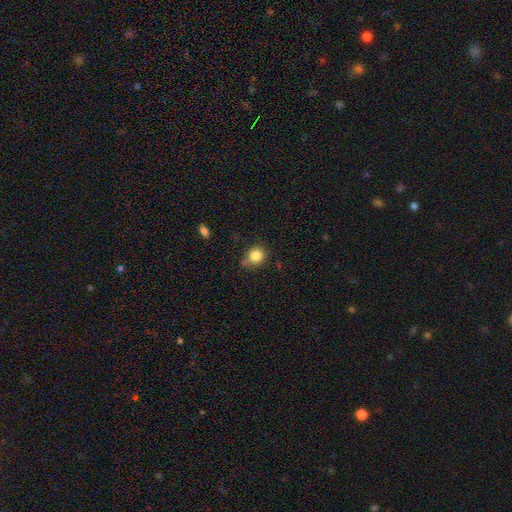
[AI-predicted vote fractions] This is clearly a smooth galaxy (83%). How rounded: likely round (76%). Merging: likely none (69%).